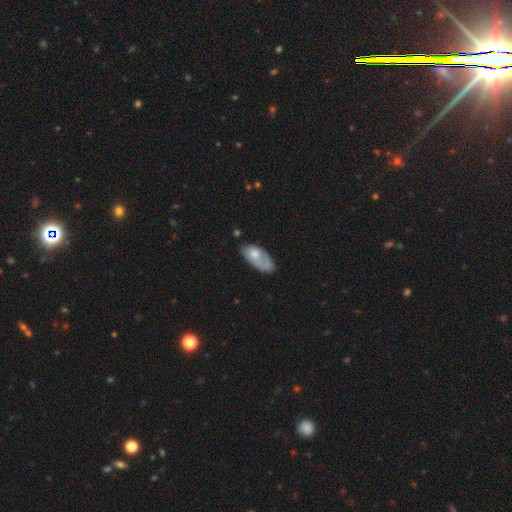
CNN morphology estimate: A smooth galaxy with no disk features (62%) that is in between round and cigar-shaped (88%).

Vote fractions:
- Smooth or featured? smooth: 62% / featured or disk: 32% / star or artifact: 6%
- How rounded? in between: 88% / cigar-shaped: 8% / round: 3%
- Merging? none: 44% / minor disturbance: 31% / major disturbance: 19% / merger: 5%